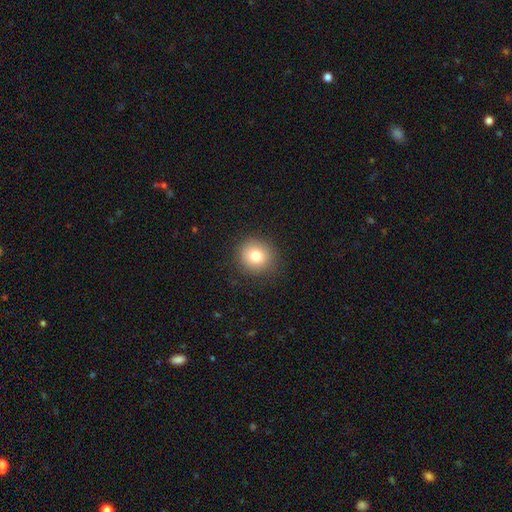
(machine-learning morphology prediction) The model was most divided on "smooth or featured": smooth: 79%, star or artifact: 11%, featured or disk: 10%. More confident: merging — none (88%); how rounded — round (88%).